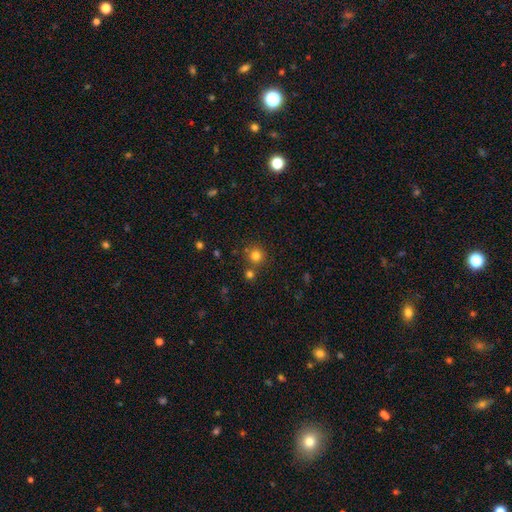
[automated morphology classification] Smooth or featured? Predicted: smooth (p=0.78). How rounded? Predicted: round (p=0.94). Merging? Predicted: none (p=0.77).